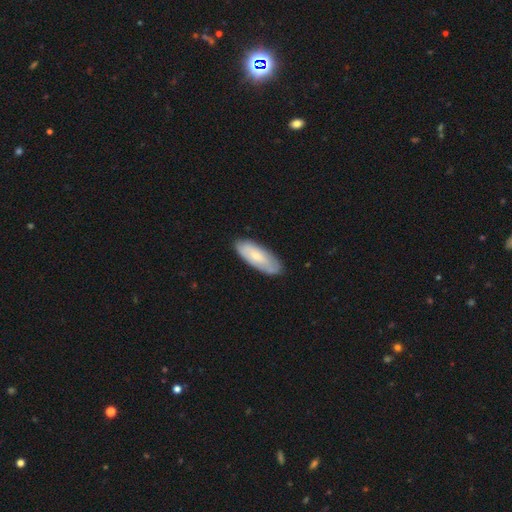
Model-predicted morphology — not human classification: Smooth or featured: smooth — 62% (featured or disk — 33%)
How rounded: in between — 75% (cigar-shaped — 24%)
Merging: none — 81% (minor disturbance — 15%)